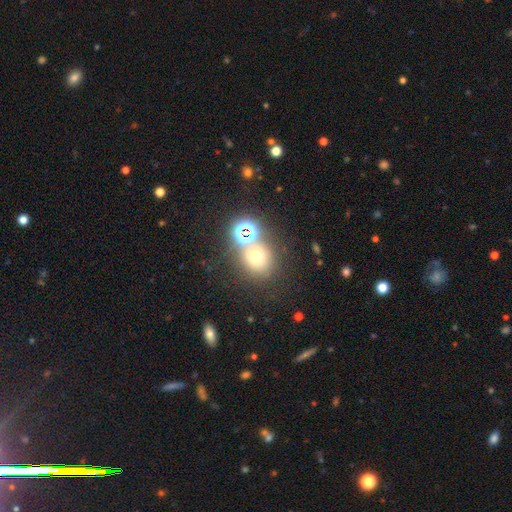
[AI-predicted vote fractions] A smooth galaxy with no disk features (55%) that is round (77%). Merging: none (62%).